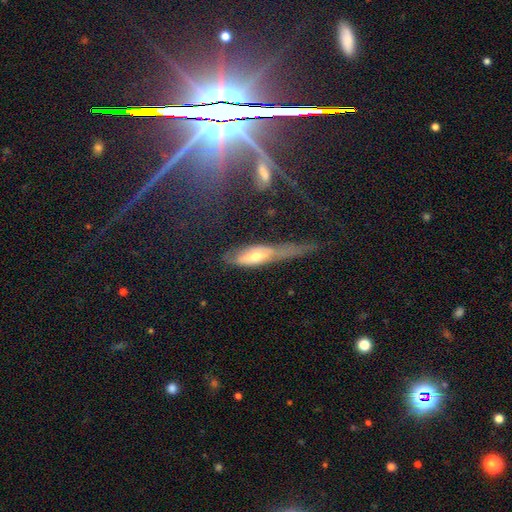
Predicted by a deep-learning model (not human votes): smooth_or_featured: smooth (p=0.48) [alt: featured or disk p=0.44]
merging: major disturbance (p=0.37) [alt: minor disturbance p=0.30]